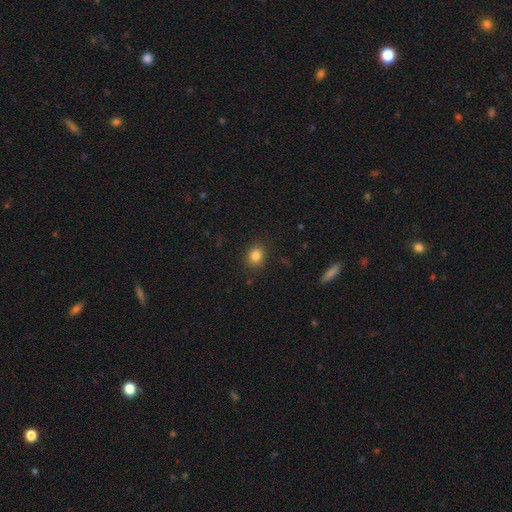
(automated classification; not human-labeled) Overall: smooth (84%). How rounded: round (65%; in between 34%). Merging: none (87%).